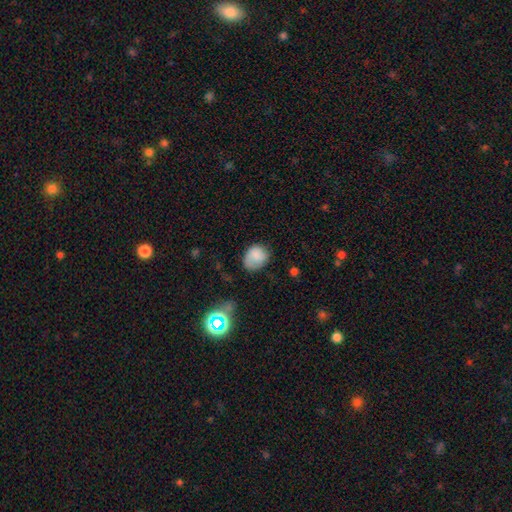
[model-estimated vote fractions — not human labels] smooth-or-featured: smooth: 79% | featured or disk: 11% | star or artifact: 10%
  how-rounded: round: 53% | in between: 46% | cigar-shaped: 1%
  merging: none: 58% | minor disturbance: 30% | major disturbance: 10% | merger: 2%